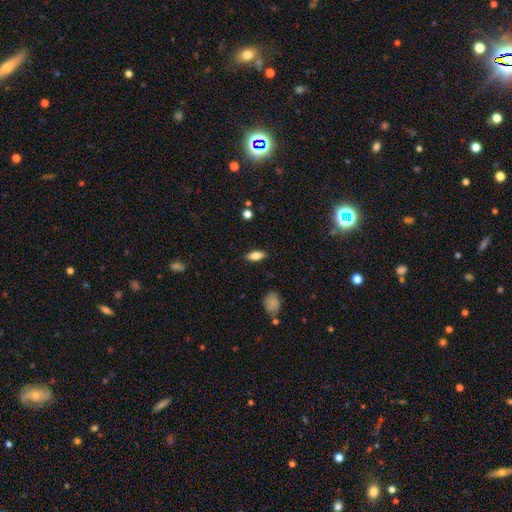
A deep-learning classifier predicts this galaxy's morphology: smooth-or-featured: smooth: 79% | featured or disk: 13% | star or artifact: 8%
  how-rounded: in between: 82% | cigar-shaped: 15% | round: 3%
  merging: none: 87% | minor disturbance: 9% | major disturbance: 2% | merger: 1%